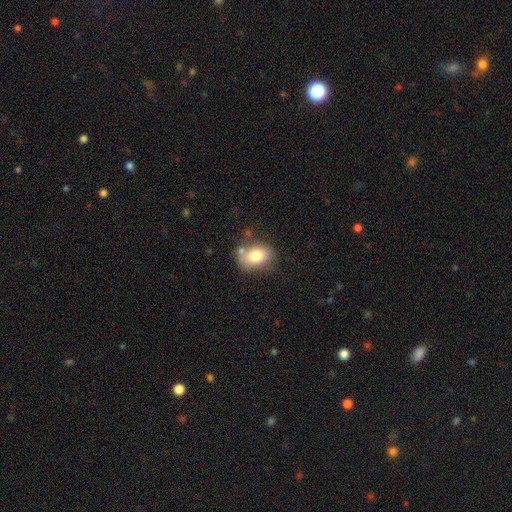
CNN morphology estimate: Smooth or featured? smooth (76%)
How rounded? in between (72%)
Merging? none (61%)